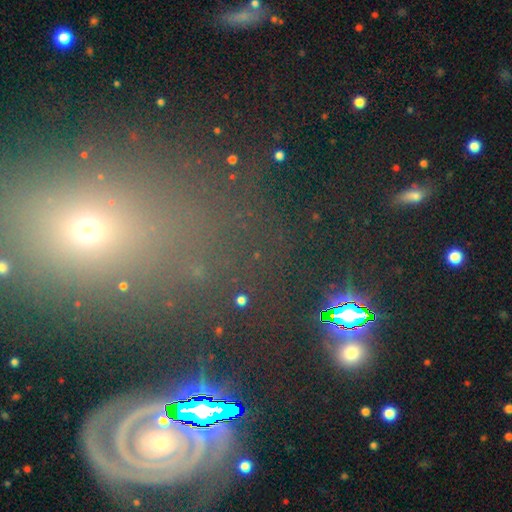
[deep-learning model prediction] Morphology: type=star or artifact (59%).